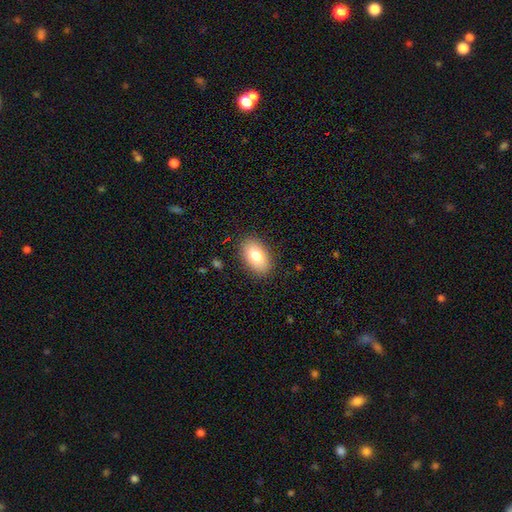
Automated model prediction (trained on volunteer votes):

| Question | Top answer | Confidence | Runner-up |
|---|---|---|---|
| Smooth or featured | smooth | 80% | featured or disk (13%) |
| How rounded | in between | 90% | round (8%) |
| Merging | none | 87% | minor disturbance (9%) |